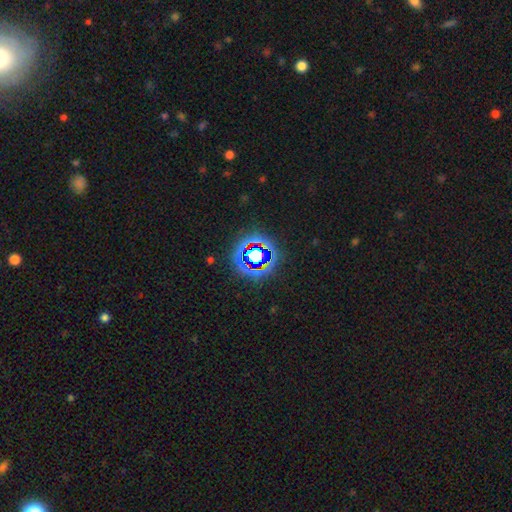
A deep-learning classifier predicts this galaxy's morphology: Q: Smooth or featured?
A: star or artifact (68%); runner-up: smooth (19%)